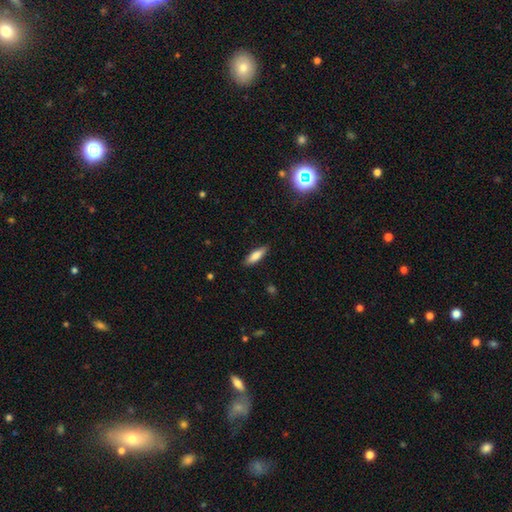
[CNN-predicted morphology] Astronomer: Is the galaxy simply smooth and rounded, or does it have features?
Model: smooth — 78%.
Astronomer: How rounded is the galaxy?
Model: cigar-shaped — 52% (runner-up: in between, 46%).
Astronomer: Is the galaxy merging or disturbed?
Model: none — 86%.